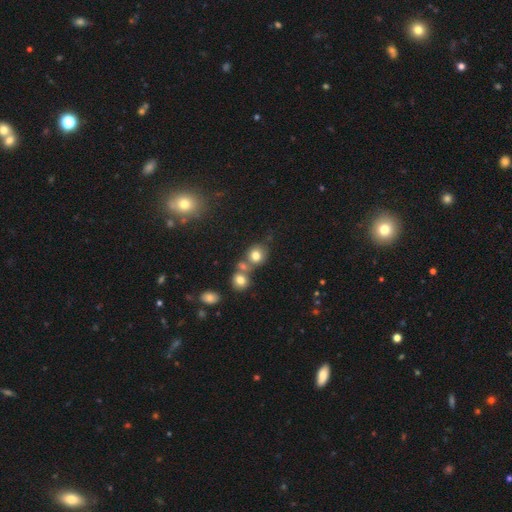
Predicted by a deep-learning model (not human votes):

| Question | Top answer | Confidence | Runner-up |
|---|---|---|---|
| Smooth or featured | smooth | 77% | star or artifact (13%) |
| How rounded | round | 75% | in between (24%) |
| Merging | none | 50% | merger (35%) |